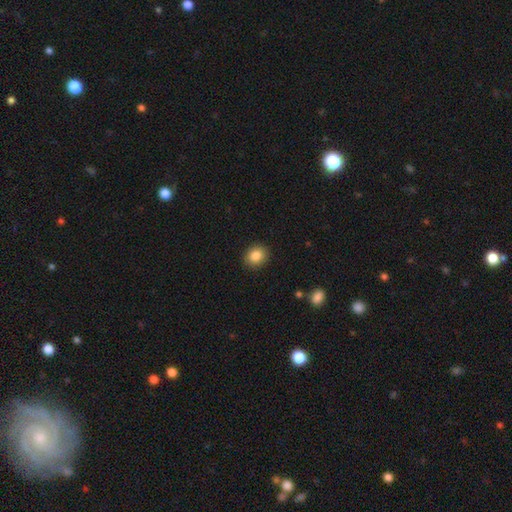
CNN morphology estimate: A smooth galaxy with no disk features (86%) that is round (69%). Merging: none (90%).